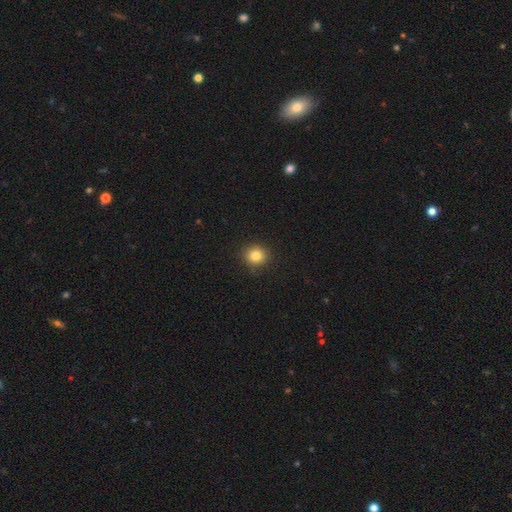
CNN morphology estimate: smooth_or_featured: smooth (p=0.82) [alt: star or artifact p=0.12]
how_rounded: round (p=0.87) [alt: in between p=0.12]
merging: none (p=0.90) [alt: minor disturbance p=0.07]